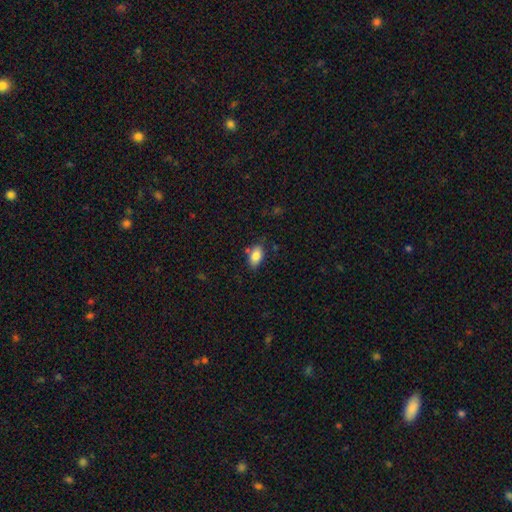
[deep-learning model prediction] Q: Smooth or featured?
A: smooth (85%); runner-up: star or artifact (8%)
Q: How rounded?
A: in between (91%); runner-up: round (6%)
Q: Merging?
A: none (76%); runner-up: minor disturbance (15%)